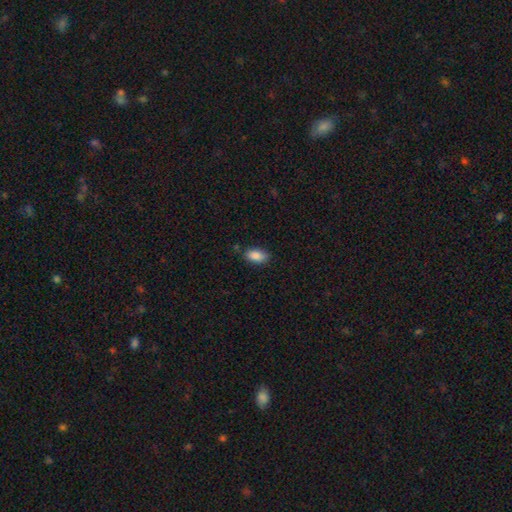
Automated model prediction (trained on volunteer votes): smooth 88%, star or artifact 8%, featured or disk 4%. Down the decision tree: how rounded — in between (92%); merging — none (82%).